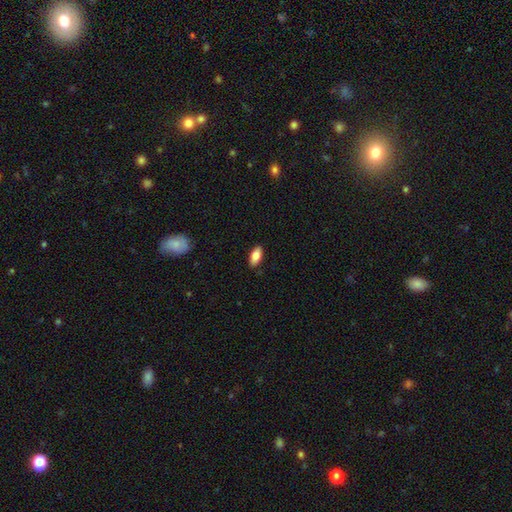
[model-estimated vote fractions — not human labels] smooth_or_featured: smooth (p=0.83) [alt: featured or disk p=0.10]
how_rounded: in between (p=0.89) [alt: cigar-shaped p=0.09]
merging: none (p=0.88) [alt: minor disturbance p=0.09]